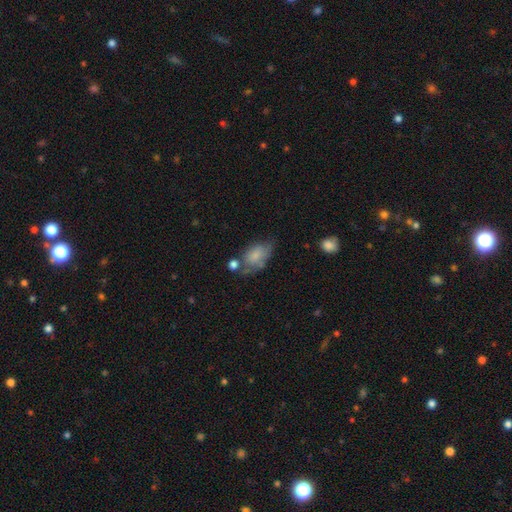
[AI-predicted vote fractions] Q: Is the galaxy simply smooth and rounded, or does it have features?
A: smooth — 72%.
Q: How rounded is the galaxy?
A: in between — 90%.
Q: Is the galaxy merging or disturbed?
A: none — 39%.